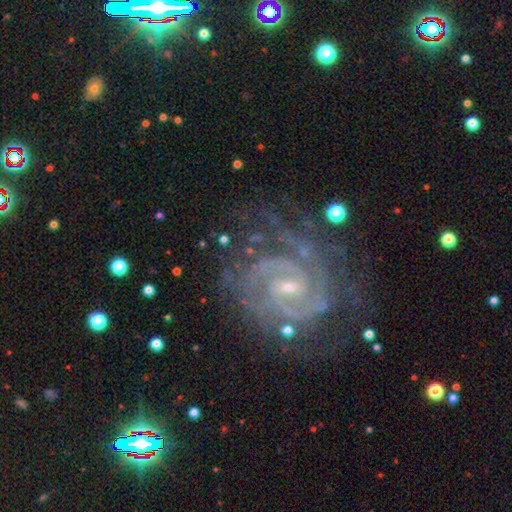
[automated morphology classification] Smooth or featured? featured or disk (87%)
Edge-on disk? no (97%)
Bar? weak (45%)
Spiral arms? yes (98%)
Spiral winding? tight (73%)
Spiral arm count? 2 (37%)
Bulge size? small (73%)
Merging? none (72%)